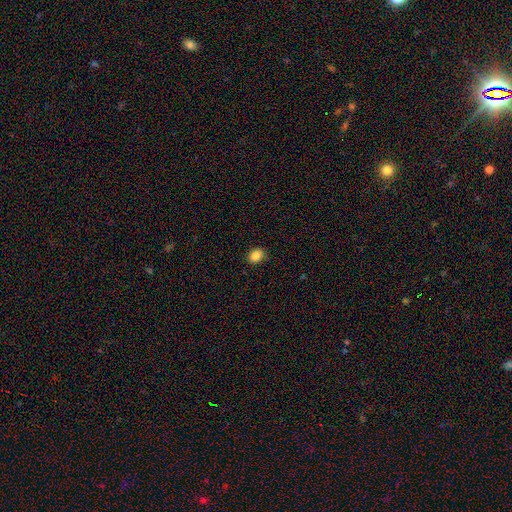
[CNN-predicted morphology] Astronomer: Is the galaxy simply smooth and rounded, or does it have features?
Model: smooth — 87%.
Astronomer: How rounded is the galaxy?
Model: in between — 59% (runner-up: round, 40%).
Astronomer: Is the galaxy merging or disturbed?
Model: none — 87%.